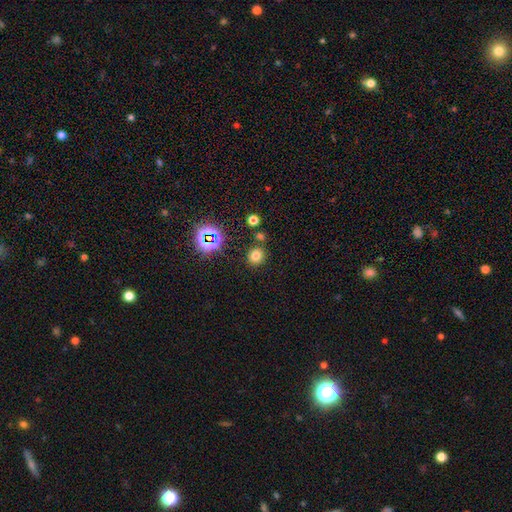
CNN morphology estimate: The model was most divided on "smooth or featured": smooth: 71%, star or artifact: 22%, featured or disk: 7%. More confident: how rounded — round (86%); merging — none (81%).